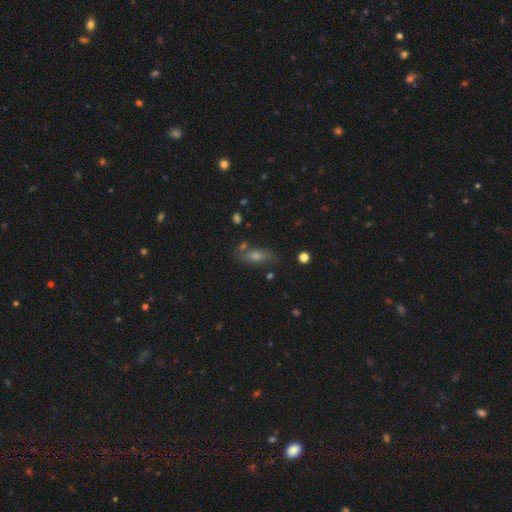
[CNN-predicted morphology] smooth-or-featured: smooth: 51% | featured or disk: 29% | star or artifact: 20%
  how-rounded: in between: 64% | cigar-shaped: 27% | round: 9%
  merging: none: 70% | minor disturbance: 16% | merger: 7% | major disturbance: 6%